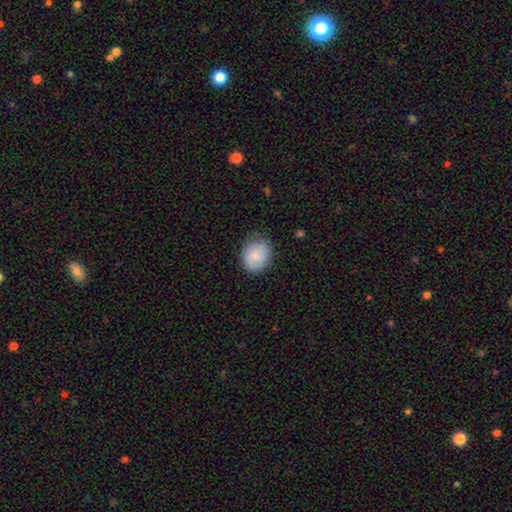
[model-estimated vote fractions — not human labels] smooth-or-featured: smooth: 81% | featured or disk: 13% | star or artifact: 7%
  how-rounded: round: 60% | in between: 39% | cigar-shaped: 1%
  merging: none: 78% | minor disturbance: 17% | major disturbance: 3% | merger: 1%